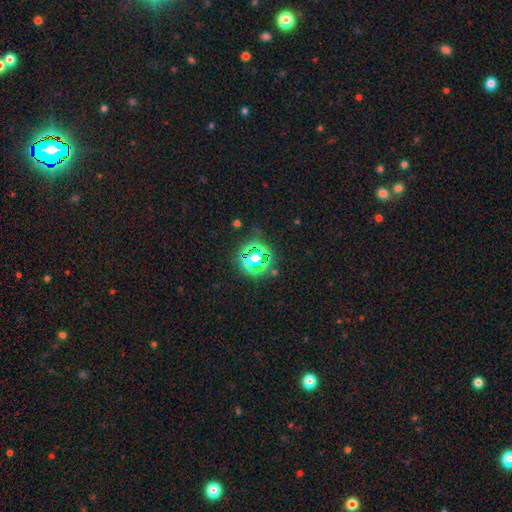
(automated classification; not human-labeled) Smooth or featured?
  - star or artifact: 59% *
  - smooth: 32%
  - featured or disk: 10%